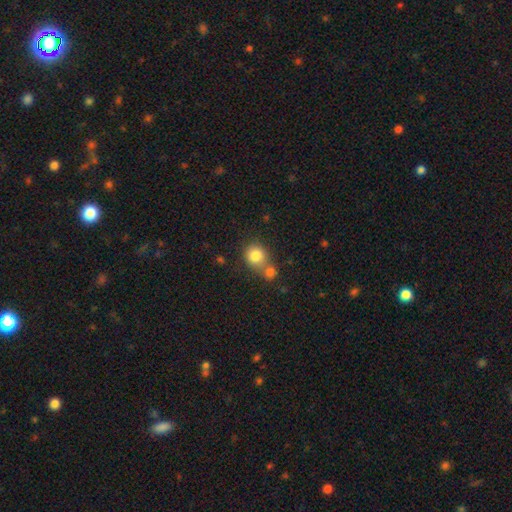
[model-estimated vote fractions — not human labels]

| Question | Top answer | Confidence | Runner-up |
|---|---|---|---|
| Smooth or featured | smooth | 81% | star or artifact (10%) |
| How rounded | round | 78% | in between (21%) |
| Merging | merger | 43% | tied: none (43%) |